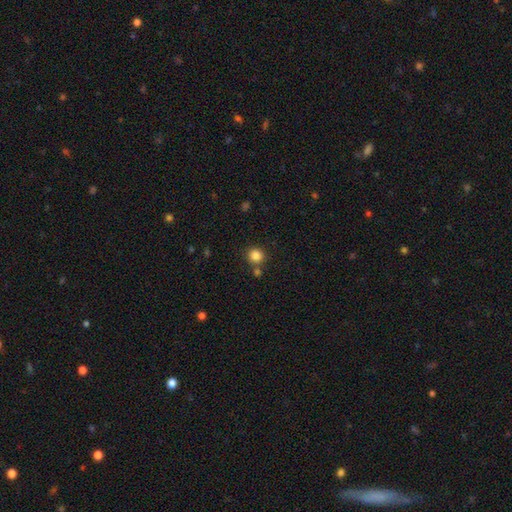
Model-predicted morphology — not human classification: Smooth or featured: smooth — 84% (star or artifact — 11%)
How rounded: round — 91% (in between — 8%)
Merging: none — 77% (merger — 12%)